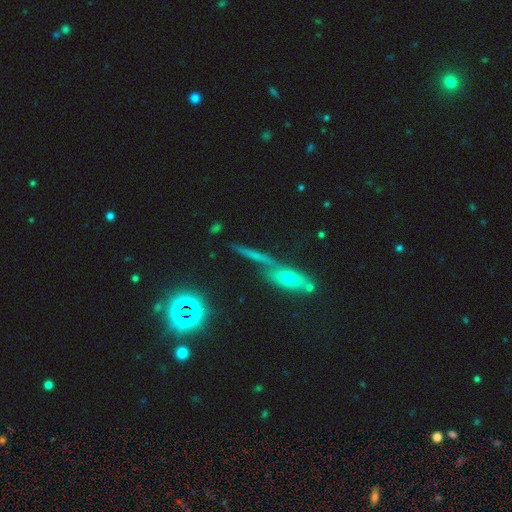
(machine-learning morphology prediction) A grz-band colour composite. It shows a smooth galaxy with no disk features (39%). Merging: none (54%).